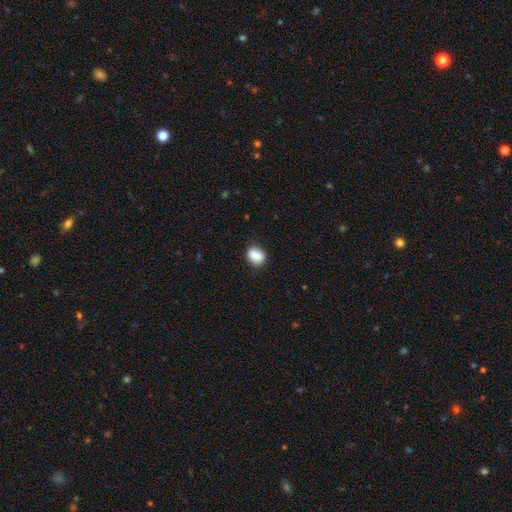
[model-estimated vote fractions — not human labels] This appears to be a smooth galaxy with no disk features (86%) that is in between round and cigar-shaped (63%). Merging: none (81%).